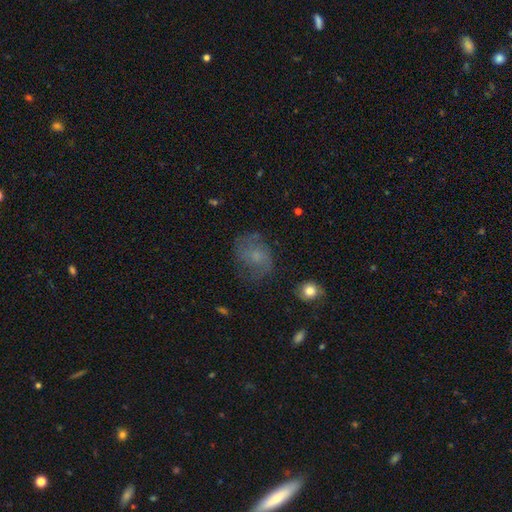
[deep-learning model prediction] Smooth or featured? featured or disk (46%)
Merging? none (62%)